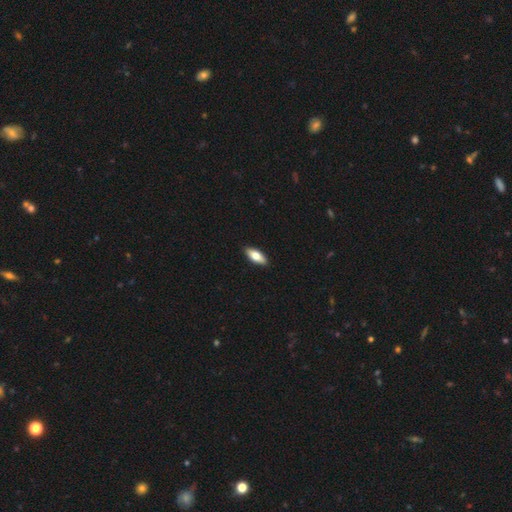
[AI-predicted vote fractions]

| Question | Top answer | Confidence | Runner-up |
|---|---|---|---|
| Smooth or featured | smooth | 70% | featured or disk (24%) |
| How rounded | in between | 73% | cigar-shaped (24%) |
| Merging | none | 90% | minor disturbance (7%) |